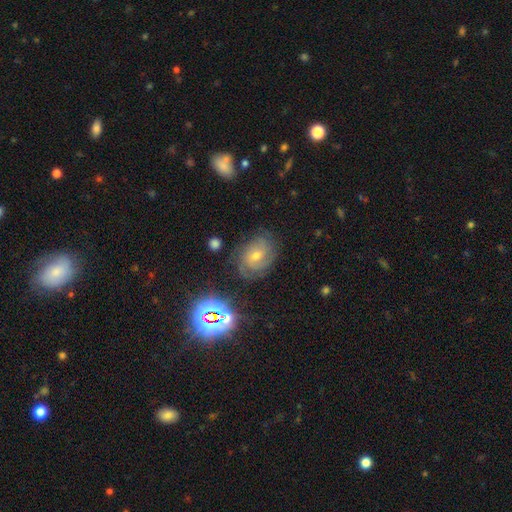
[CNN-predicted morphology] Q: Smooth or featured?
A: featured or disk (68%); runner-up: smooth (16%)
Q: Edge-on disk?
A: no (97%); runner-up: yes (3%)
Q: Bar?
A: no (59%); runner-up: weak (34%)
Q: Spiral arms?
A: yes (92%); runner-up: no (8%)
Q: Spiral winding?
A: tight (59%); runner-up: medium (33%)
Q: Spiral arm count?
A: can't tell (34%); runner-up: 3 (27%)
Q: Bulge size?
A: moderate (48%); runner-up: small (47%)
Q: Merging?
A: none (72%); runner-up: minor disturbance (18%)